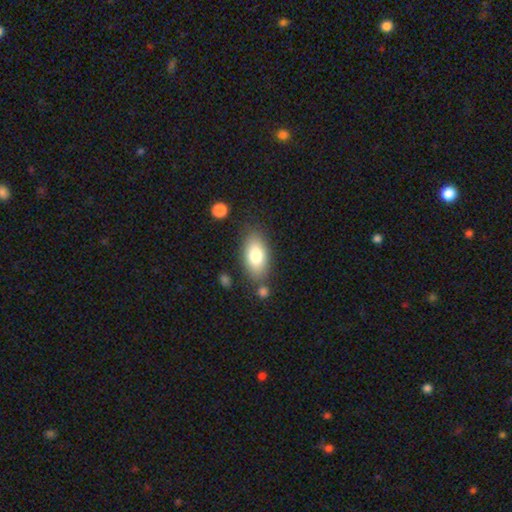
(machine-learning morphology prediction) Smooth or featured? Predicted: smooth (p=0.79). How rounded? Predicted: in between (p=0.91). Merging? Predicted: none (p=0.77).